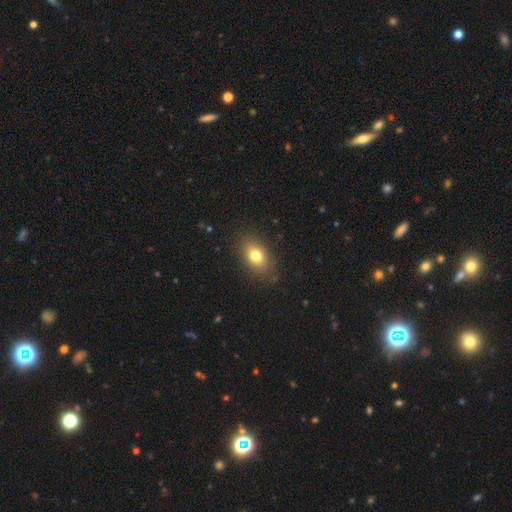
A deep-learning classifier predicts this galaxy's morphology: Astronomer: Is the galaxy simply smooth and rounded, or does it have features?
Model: smooth — 78%.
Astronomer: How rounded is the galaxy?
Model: in between — 84%.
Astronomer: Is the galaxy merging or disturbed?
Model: none — 84%.